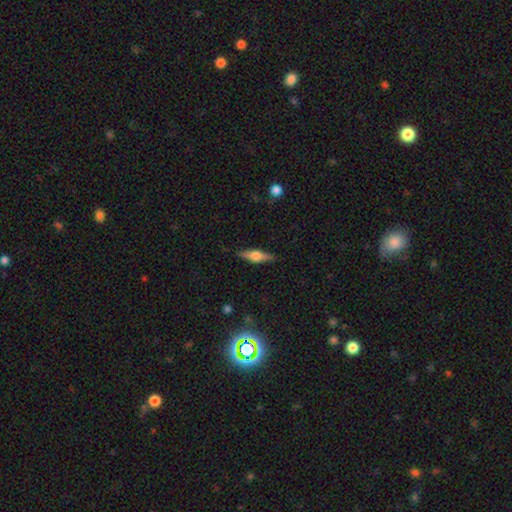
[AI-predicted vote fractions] This appears to be a featured or disk galaxy (58%) viewed edge-on (95%) with a rounded central bulge (89%). Merging: none (88%).